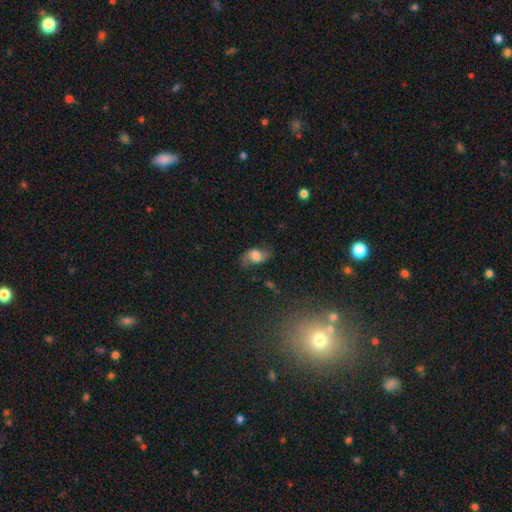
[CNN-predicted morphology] This appears to be a smooth galaxy with no disk features (50%). Merging: none (68%).